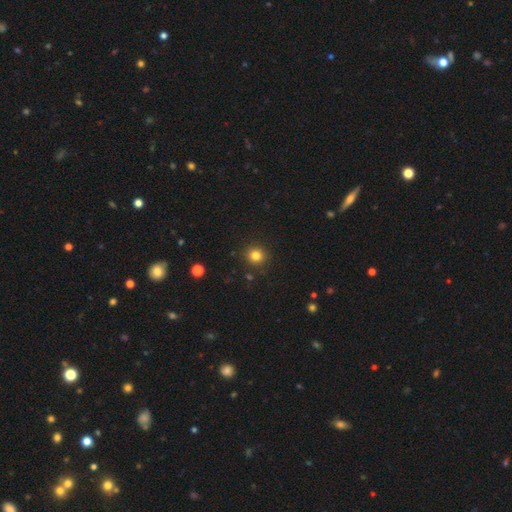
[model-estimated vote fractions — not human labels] Morphology: type=smooth (82%); roundness=round (91%); merging=none (89%).